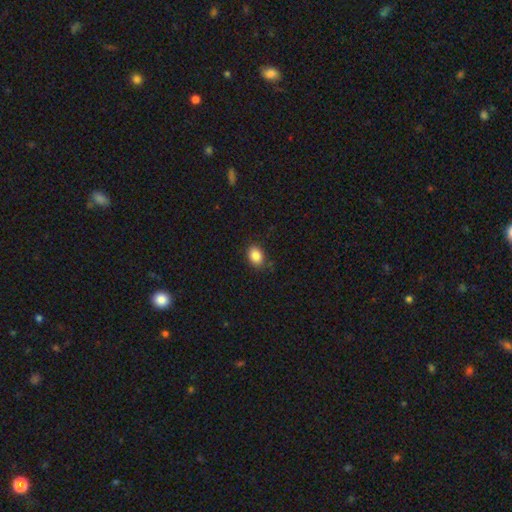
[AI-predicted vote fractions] This appears to be a smooth galaxy with no disk features (86%) that is in between round and cigar-shaped (64%). Merging: none (84%).